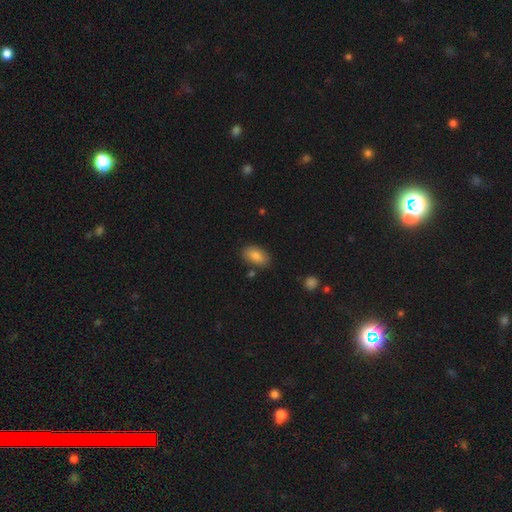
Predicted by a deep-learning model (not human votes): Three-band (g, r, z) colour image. It shows a smooth galaxy with no disk features (84%) that is in between round and cigar-shaped (92%). Merging: none (81%).